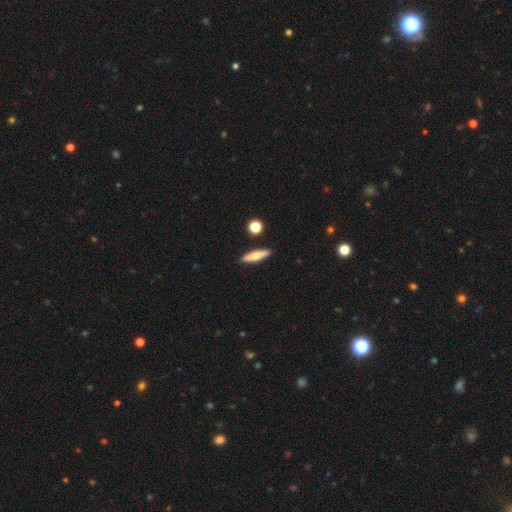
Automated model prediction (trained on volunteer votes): The model was most divided on "smooth or featured": smooth: 68%, featured or disk: 25%, star or artifact: 7%. More confident: merging — none (88%); how rounded — cigar-shaped (78%).